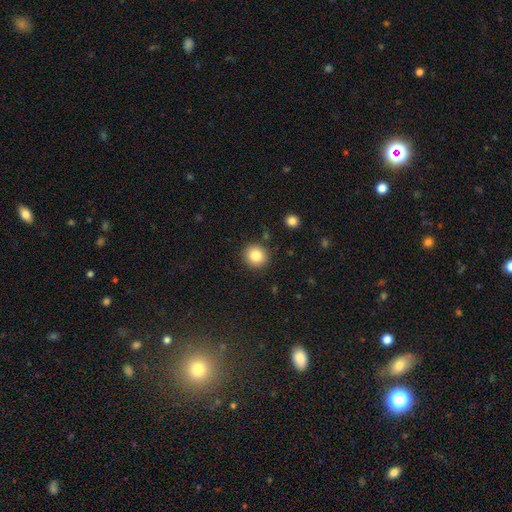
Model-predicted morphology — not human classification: smooth_or_featured: smooth (p=0.84) [alt: star or artifact p=0.10]
how_rounded: round (p=0.89) [alt: in between p=0.10]
merging: none (p=0.89) [alt: minor disturbance p=0.07]